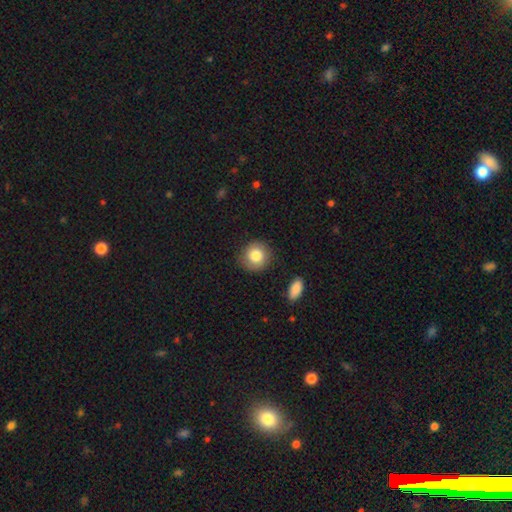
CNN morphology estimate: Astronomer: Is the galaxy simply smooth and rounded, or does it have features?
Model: smooth — 82%.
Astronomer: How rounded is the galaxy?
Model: round — 89%.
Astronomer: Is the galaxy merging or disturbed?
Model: none — 85%.